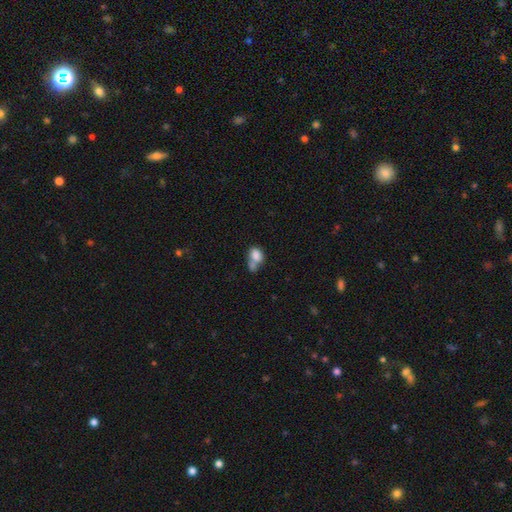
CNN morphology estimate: A smooth galaxy with no disk features (79%) that is in between round and cigar-shaped (74%). Merging: merger (57%).